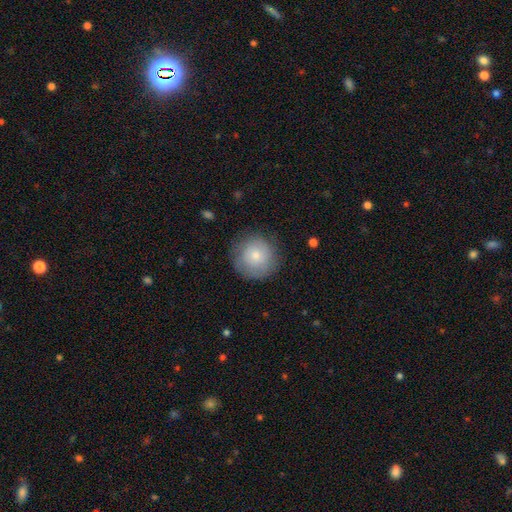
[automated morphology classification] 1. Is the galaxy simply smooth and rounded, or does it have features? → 74% smooth, 18% featured or disk, 7% star or artifact.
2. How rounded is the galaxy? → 94% round, 5% in between, 1% cigar-shaped.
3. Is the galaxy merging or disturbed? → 80% none, 15% minor disturbance, 5% major disturbance, 1% merger.